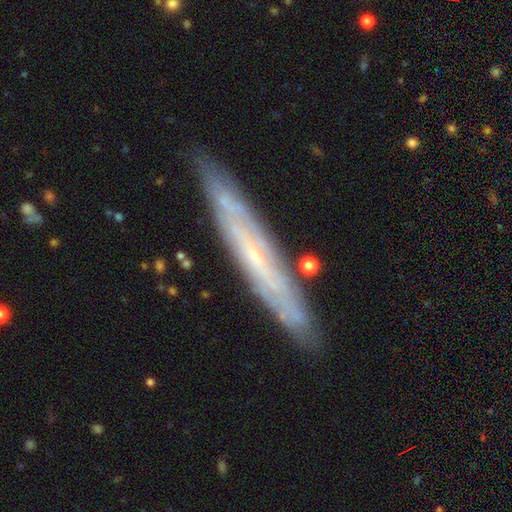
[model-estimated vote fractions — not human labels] Smooth or featured: featured or disk — 69% (smooth — 24%)
Edge-on disk: yes — 69% (no — 31%)
Merging: none — 85% (minor disturbance — 11%)